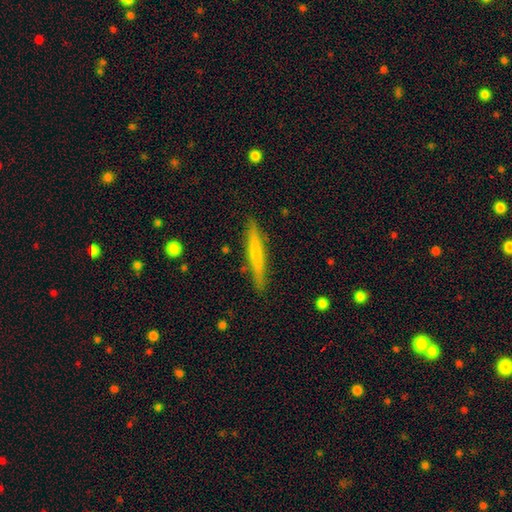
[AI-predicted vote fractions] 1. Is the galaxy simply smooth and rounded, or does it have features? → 58% smooth, 36% featured or disk, 6% star or artifact.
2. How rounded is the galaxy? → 94% cigar-shaped, 4% in between, 2% round.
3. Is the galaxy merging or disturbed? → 86% none, 10% minor disturbance, 2% major disturbance, 2% merger.